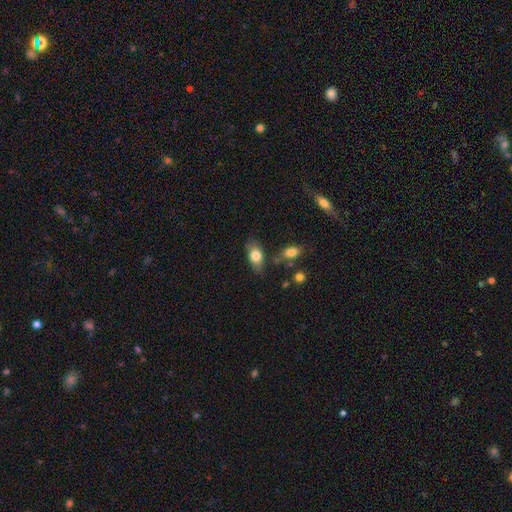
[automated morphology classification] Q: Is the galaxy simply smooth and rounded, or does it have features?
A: smooth — 77%.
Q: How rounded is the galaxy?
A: in between — 87%.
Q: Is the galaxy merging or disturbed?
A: none — 72%.